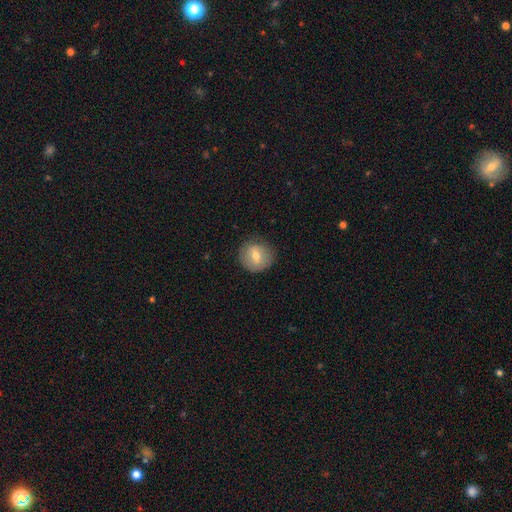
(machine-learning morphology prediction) smooth-or-featured: smooth: 63% | featured or disk: 29% | star or artifact: 8%
  how-rounded: round: 87% | in between: 12% | cigar-shaped: 1%
  merging: none: 81% | minor disturbance: 14% | major disturbance: 4% | merger: 1%